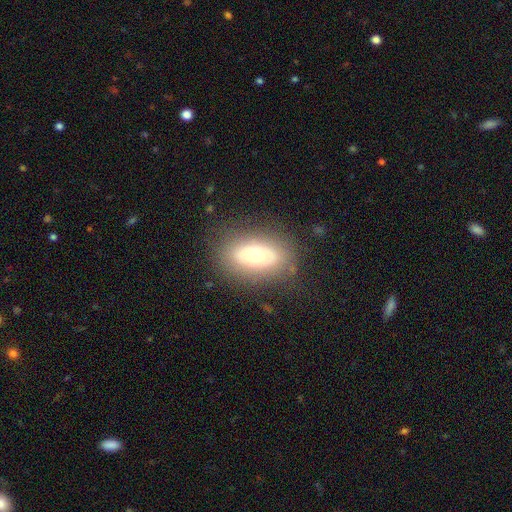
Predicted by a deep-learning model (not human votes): A smooth galaxy with no disk features (50%). Merging: none (79%).